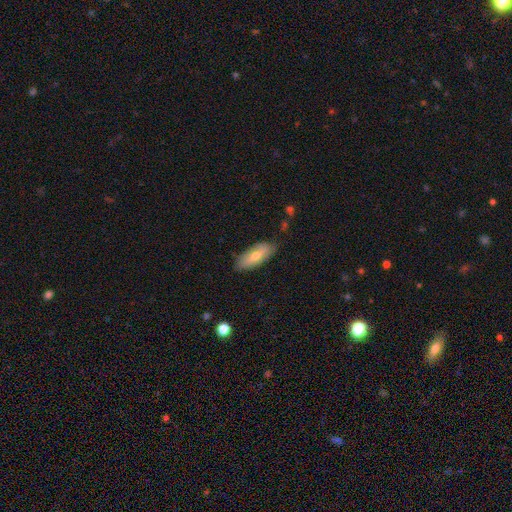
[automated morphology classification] The model was most divided on "smooth or featured": smooth: 54%, featured or disk: 39%, star or artifact: 6%. More confident: merging — none (80%); how rounded — in between (75%).